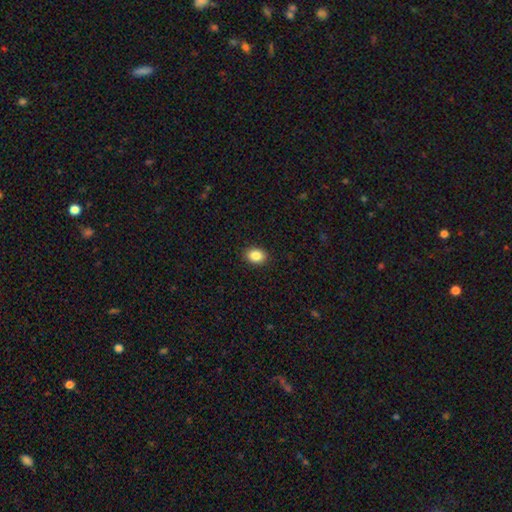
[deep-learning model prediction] smooth_or_featured: smooth (p=0.87) [alt: star or artifact p=0.09]
how_rounded: in between (p=0.69) [alt: round p=0.30]
merging: none (p=0.91) [alt: minor disturbance p=0.07]